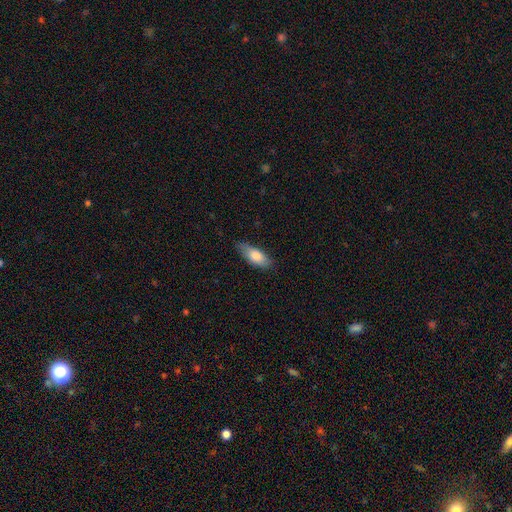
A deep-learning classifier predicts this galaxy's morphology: This appears to be a smooth galaxy with no disk features (78%) that is in between round and cigar-shaped (74%). Merging: none (78%).